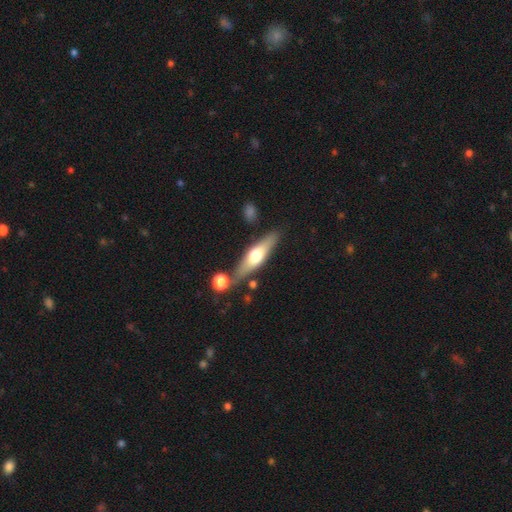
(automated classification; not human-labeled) This appears to be a featured or disk galaxy (50%) viewed edge-on (90%). Merging: none (73%).